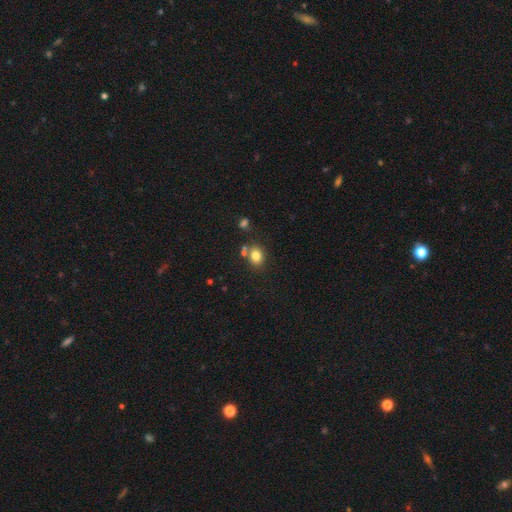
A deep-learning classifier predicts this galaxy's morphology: Smooth or featured? Predicted: smooth (p=0.79). How rounded? Predicted: round (p=0.51). Merging? Predicted: none (p=0.69).